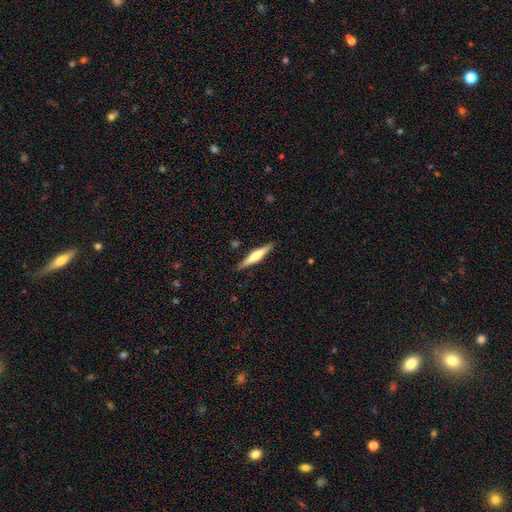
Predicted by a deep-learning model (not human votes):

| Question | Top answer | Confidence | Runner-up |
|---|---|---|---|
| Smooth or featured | featured or disk | 57% | smooth (37%) |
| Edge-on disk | yes | 97% | no (3%) |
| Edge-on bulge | rounded | 78% | boxy (14%) |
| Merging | none | 89% | minor disturbance (8%) |